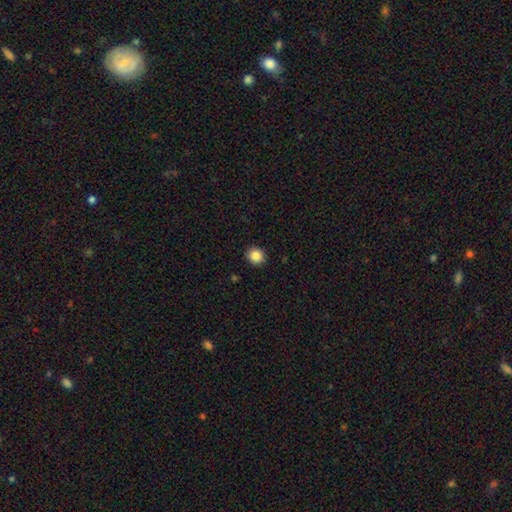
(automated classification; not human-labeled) Q: Smooth or featured?
A: smooth (87%); runner-up: star or artifact (9%)
Q: How rounded?
A: round (87%); runner-up: in between (12%)
Q: Merging?
A: none (92%); runner-up: minor disturbance (5%)